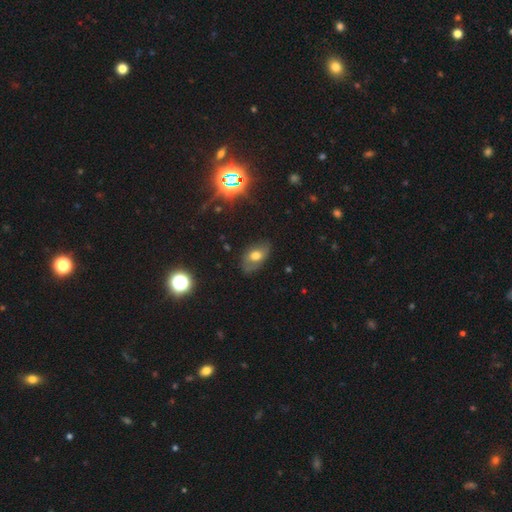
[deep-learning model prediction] smooth 52%, featured or disk 34%, star or artifact 14%. Down the decision tree: how rounded — in between (86%); merging — none (71%).